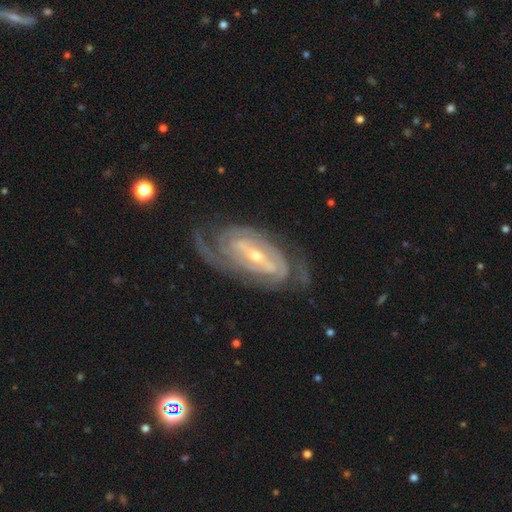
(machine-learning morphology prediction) A featured or disk galaxy (91%) with a strong bar (51%), 2 (55%) tight (64%) spiral arms (97%) and a small central bulge (61%). Merging: none (73%).